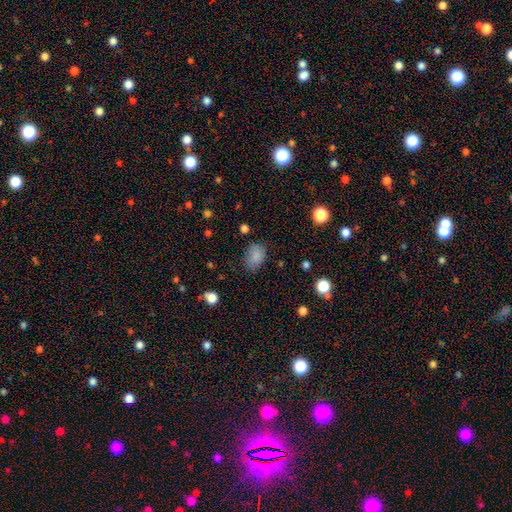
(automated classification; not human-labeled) smooth 83%, star or artifact 11%, featured or disk 6%. Down the decision tree: how rounded — in between (75%); merging — none (70%).